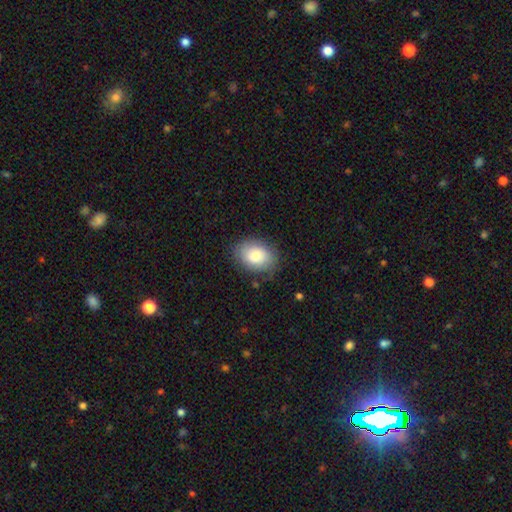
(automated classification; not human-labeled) Smooth or featured?
  - smooth: 81% *
  - featured or disk: 12%
  - star or artifact: 7%
How rounded?
  - in between: 78% *
  - round: 21%
  - cigar-shaped: 1%
Merging?
  - none: 78% *
  - minor disturbance: 16%
  - major disturbance: 4%
  - merger: 1%